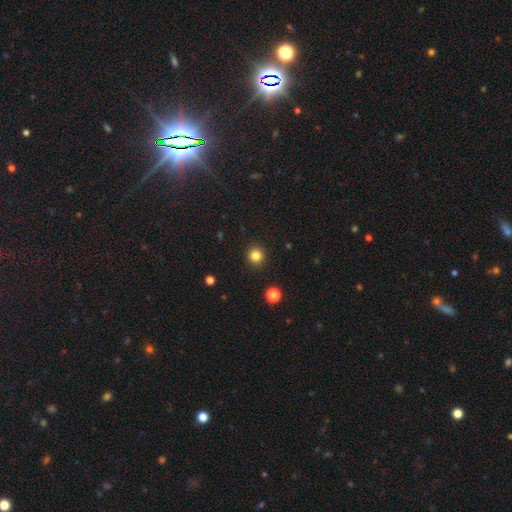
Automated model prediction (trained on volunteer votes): smooth-or-featured: smooth: 83% | star or artifact: 13% | featured or disk: 4%
  how-rounded: round: 95% | in between: 4% | cigar-shaped: 1%
  merging: none: 93% | minor disturbance: 5% | major disturbance: 2% | merger: 1%